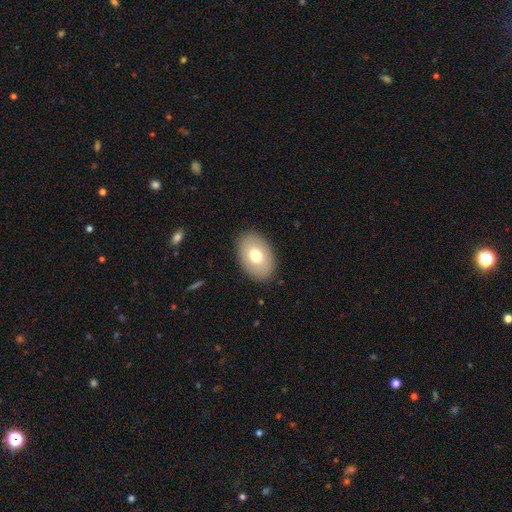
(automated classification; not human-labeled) Smooth or featured?
  - smooth: 72% *
  - featured or disk: 21%
  - star or artifact: 7%
How rounded?
  - in between: 88% *
  - round: 11%
  - cigar-shaped: 1%
Merging?
  - none: 88% *
  - minor disturbance: 9%
  - major disturbance: 3%
  - merger: 1%